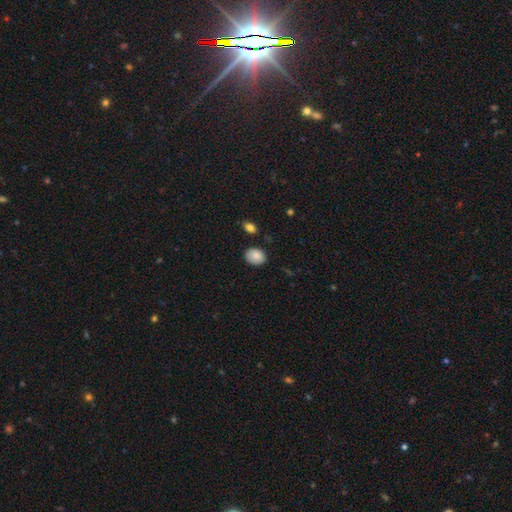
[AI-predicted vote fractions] A smooth galaxy with no disk features (85%) that is in between round and cigar-shaped (56%).

Vote fractions:
- Smooth or featured? smooth: 85% / star or artifact: 7% / featured or disk: 7%
- How rounded? in between: 56% / round: 43% / cigar-shaped: 1%
- Merging? none: 82% / minor disturbance: 13% / major disturbance: 3% / merger: 2%